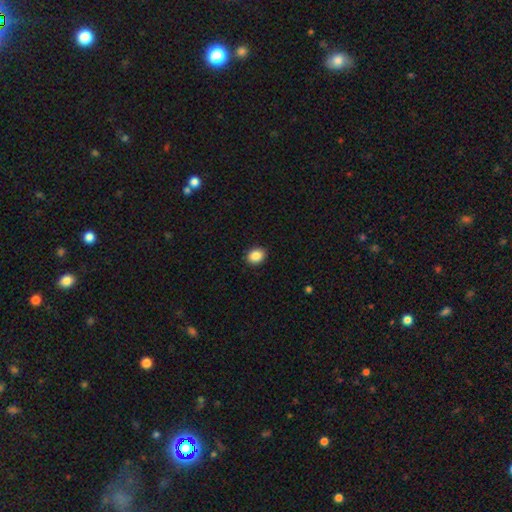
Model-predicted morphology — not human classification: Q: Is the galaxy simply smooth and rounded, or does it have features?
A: smooth — 88%.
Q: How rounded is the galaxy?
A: round — 51%.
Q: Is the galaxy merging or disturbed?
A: none — 91%.